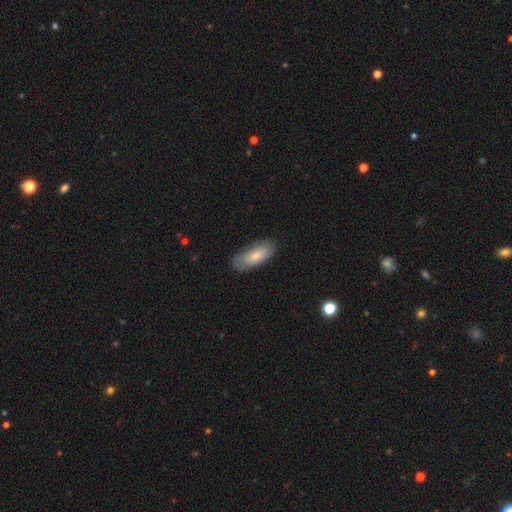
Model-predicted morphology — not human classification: Overall: smooth (71%). How rounded: in between (82%). Merging: none (77%).